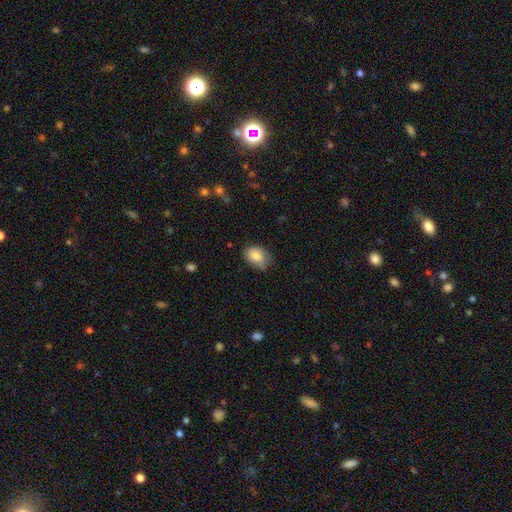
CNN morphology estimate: A smooth galaxy with no disk features (81%) that is in between round and cigar-shaped (73%). Merging: none (65%).